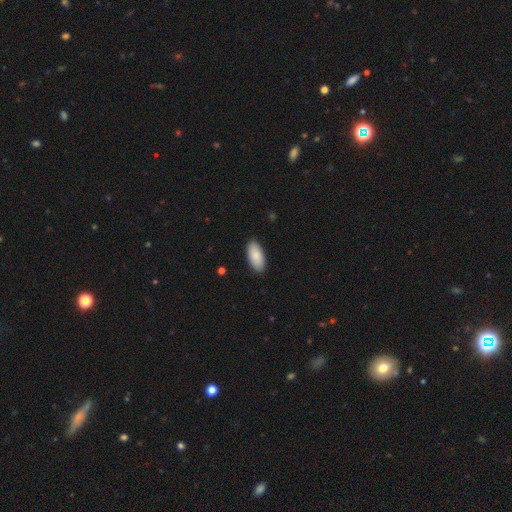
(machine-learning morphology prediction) This is clearly a smooth galaxy (88%). How rounded: clearly in between (93%). Merging: clearly none (89%).